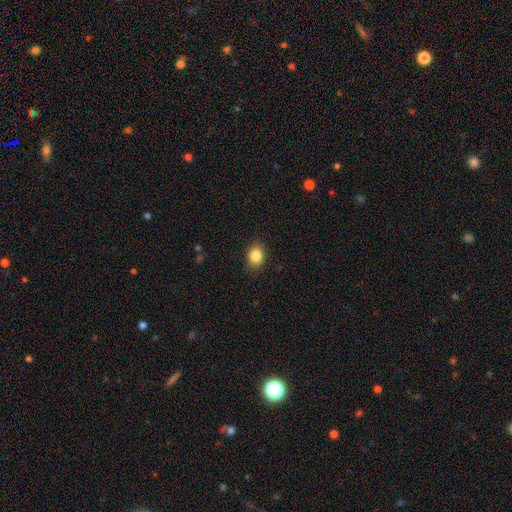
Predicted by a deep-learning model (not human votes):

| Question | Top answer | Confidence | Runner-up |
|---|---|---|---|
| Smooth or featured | smooth | 84% | star or artifact (10%) |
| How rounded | in between | 53% | round (46%) |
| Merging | none | 87% | minor disturbance (9%) |